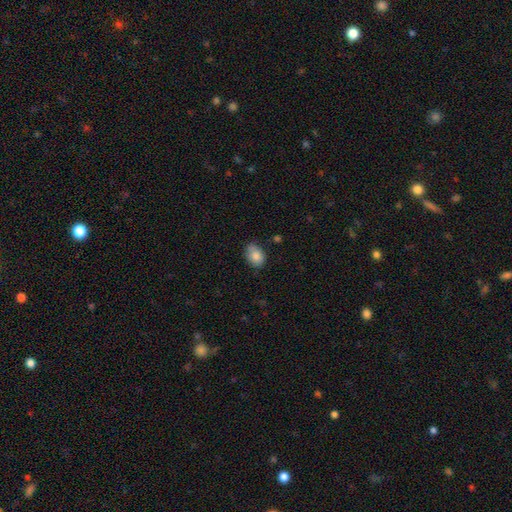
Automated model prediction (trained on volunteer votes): smooth_or_featured: smooth (p=0.84) [alt: featured or disk p=0.09]
how_rounded: in between (p=0.76) [alt: round p=0.23]
merging: none (p=0.68) [alt: minor disturbance p=0.25]